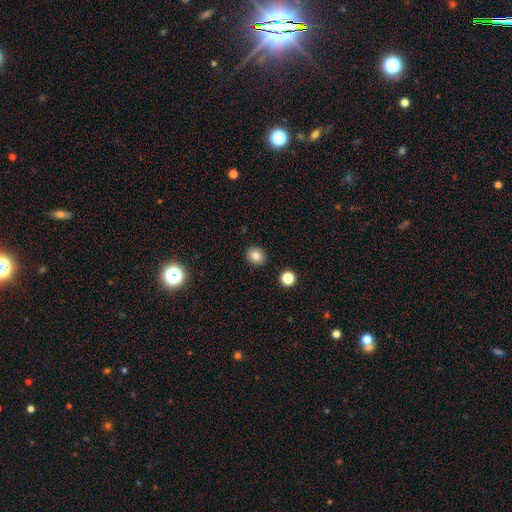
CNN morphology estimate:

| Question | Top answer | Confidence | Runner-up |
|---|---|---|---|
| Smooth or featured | smooth | 82% | star or artifact (11%) |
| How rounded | round | 80% | in between (19%) |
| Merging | none | 90% | minor disturbance (6%) |